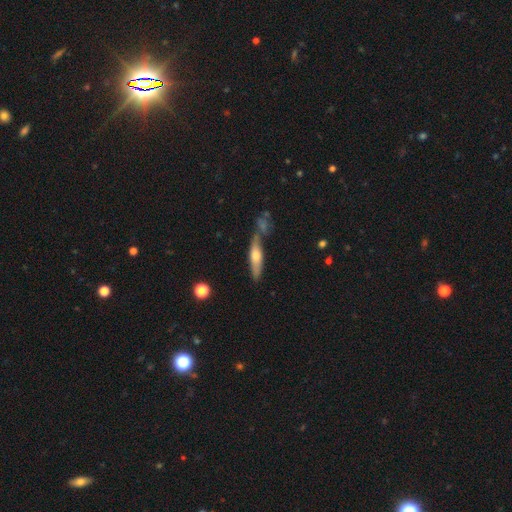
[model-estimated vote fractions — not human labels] smooth 47%, featured or disk 46%, star or artifact 6%. Down the decision tree: merging — none (60%).